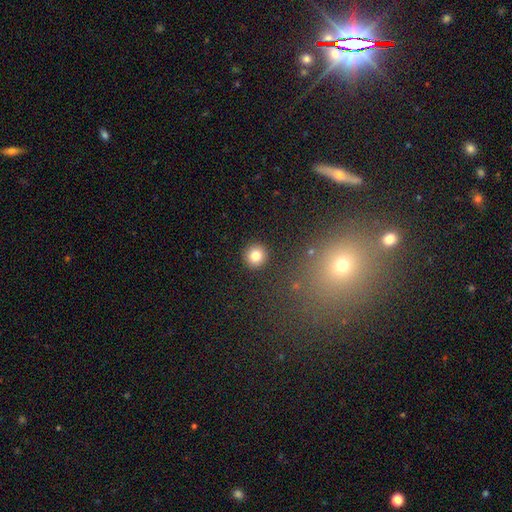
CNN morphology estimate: Smooth or featured? Predicted: smooth (p=0.81). How rounded? Predicted: round (p=0.94). Merging? Predicted: none (p=0.91).